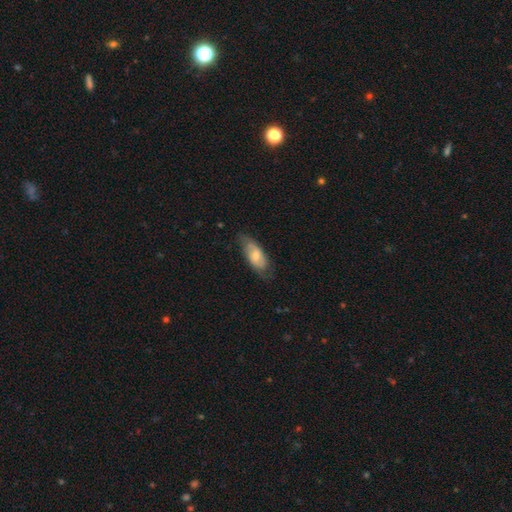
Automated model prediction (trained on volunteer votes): The model was most divided on "smooth or featured": smooth: 51%, featured or disk: 43%, star or artifact: 6%. More confident: how rounded — in between (84%); merging — none (67%).